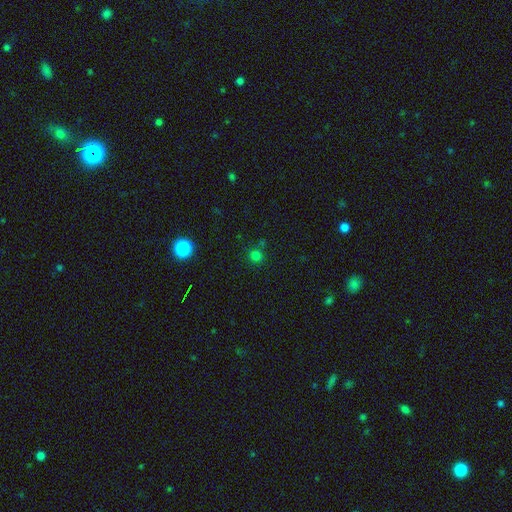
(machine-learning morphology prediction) smooth 73%, star or artifact 22%, featured or disk 5%. Down the decision tree: how rounded — round (92%); merging — none (76%).